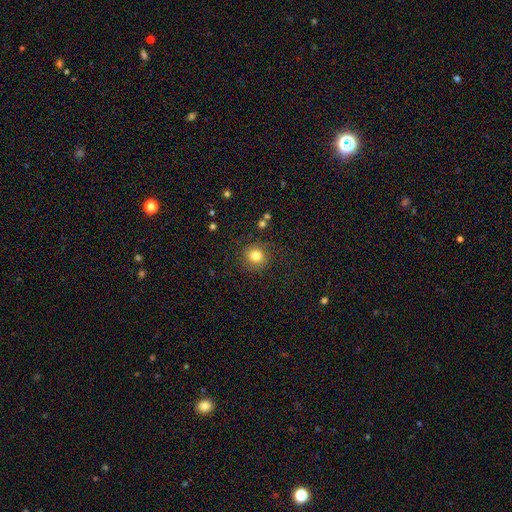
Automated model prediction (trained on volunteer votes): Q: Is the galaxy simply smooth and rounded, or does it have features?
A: smooth — 81%.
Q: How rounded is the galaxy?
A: round — 88%.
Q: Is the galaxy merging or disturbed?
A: none — 85%.